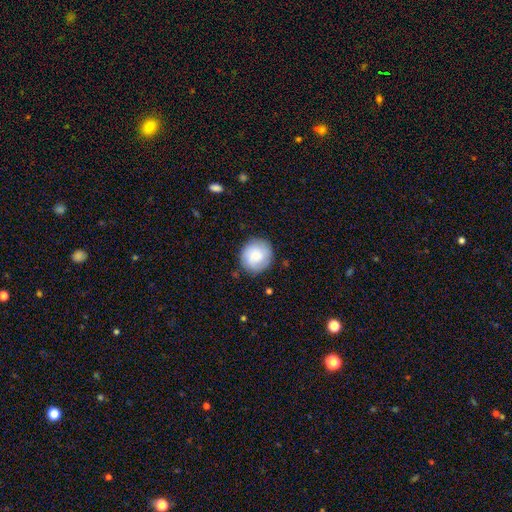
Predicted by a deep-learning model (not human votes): Smooth or featured: smooth — 71% (featured or disk — 22%)
How rounded: round — 90% (in between — 9%)
Merging: none — 84% (minor disturbance — 11%)